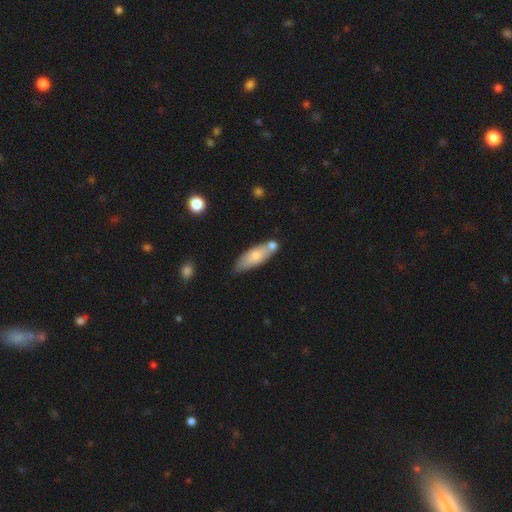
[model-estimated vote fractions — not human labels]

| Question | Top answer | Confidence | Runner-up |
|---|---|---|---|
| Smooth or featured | smooth | 68% | featured or disk (25%) |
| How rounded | in between | 59% | cigar-shaped (38%) |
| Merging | none | 60% | minor disturbance (19%) |